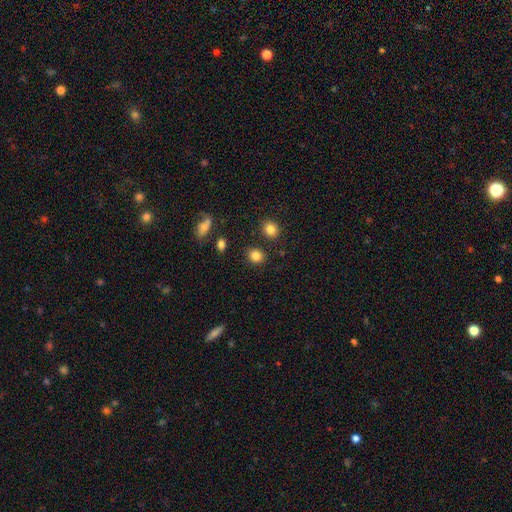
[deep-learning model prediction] smooth 84%, star or artifact 11%, featured or disk 6%. Down the decision tree: how rounded — round (70%); merging — none (85%).